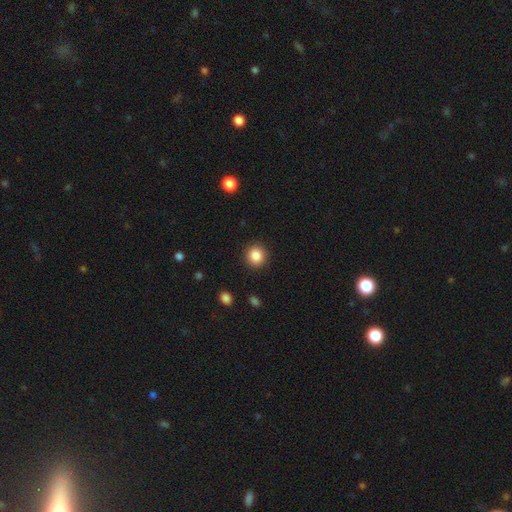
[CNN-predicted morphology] smooth-or-featured: smooth: 86% | star or artifact: 10% | featured or disk: 4%
  how-rounded: round: 88% | in between: 11% | cigar-shaped: 1%
  merging: none: 90% | minor disturbance: 6% | major disturbance: 2% | merger: 1%